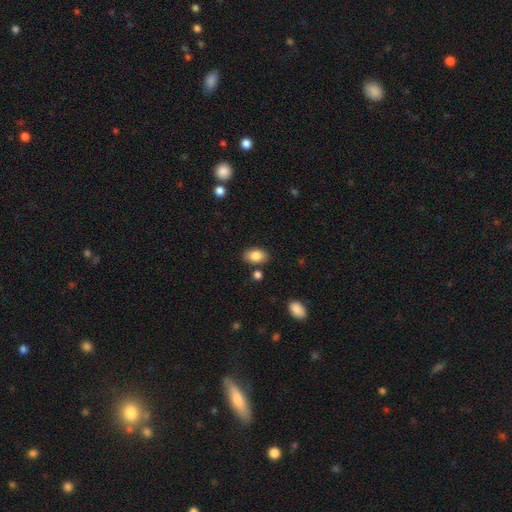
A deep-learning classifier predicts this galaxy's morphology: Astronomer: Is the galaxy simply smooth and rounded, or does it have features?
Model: smooth — 85%.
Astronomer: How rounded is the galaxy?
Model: in between — 90%.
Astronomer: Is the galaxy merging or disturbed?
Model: none — 82%.